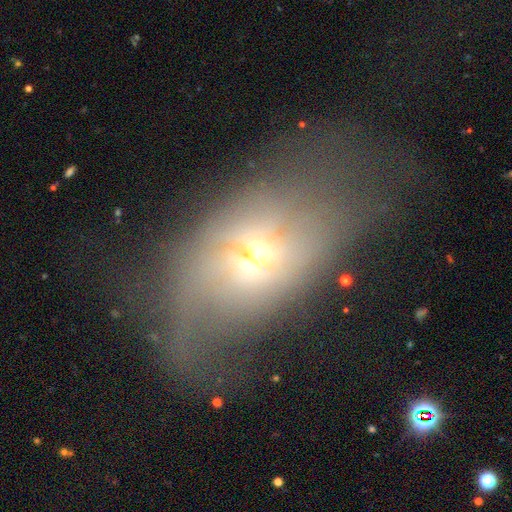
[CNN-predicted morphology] Smooth or featured? Predicted: featured or disk (p=0.50). Merging? Predicted: major disturbance (p=0.41).